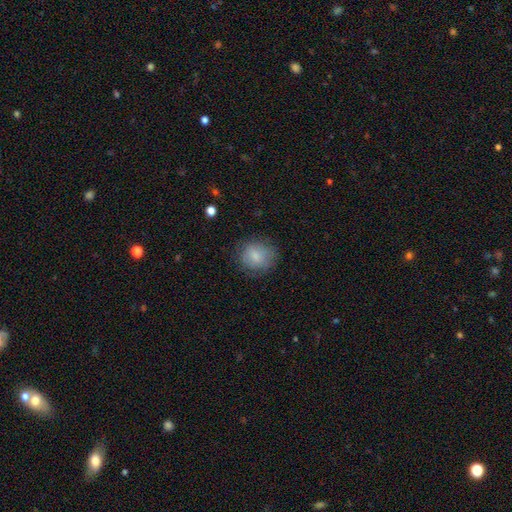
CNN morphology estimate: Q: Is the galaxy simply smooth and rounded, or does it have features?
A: smooth — 80%.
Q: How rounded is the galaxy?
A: round — 80%.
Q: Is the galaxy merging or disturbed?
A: none — 76%.